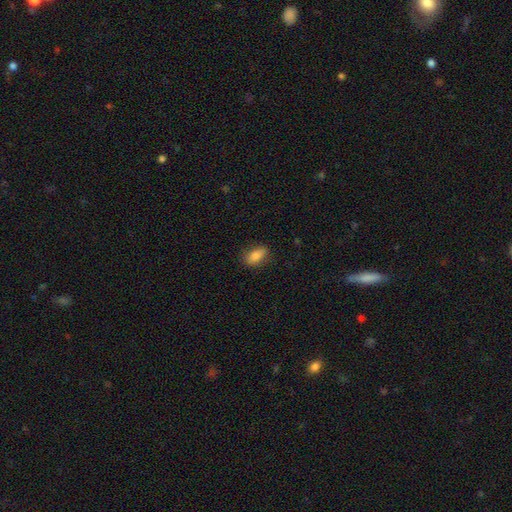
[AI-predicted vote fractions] This appears to be a smooth galaxy with no disk features (80%) that is in between round and cigar-shaped (85%). Merging: none (81%).